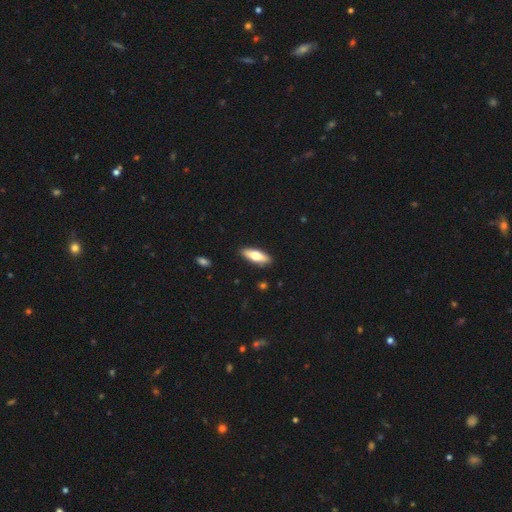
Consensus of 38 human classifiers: This appears to be a smooth galaxy with no disk features (66%) that is in between round and cigar-shaped (84%). Merging: none (83%).